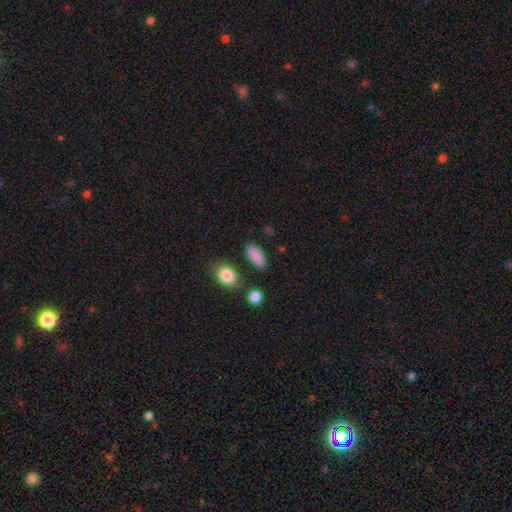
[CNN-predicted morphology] smooth-or-featured: smooth: 88% | star or artifact: 8% | featured or disk: 4%
  how-rounded: in between: 90% | cigar-shaped: 5% | round: 4%
  merging: none: 82% | minor disturbance: 11% | merger: 4% | major disturbance: 3%